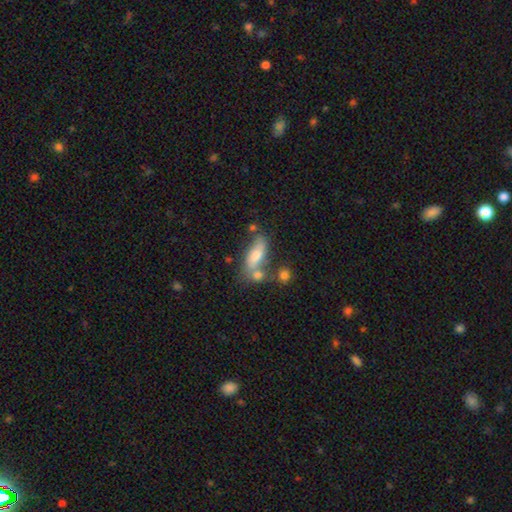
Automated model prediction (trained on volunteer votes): Smooth or featured? smooth (63%)
How rounded? in between (66%)
Merging? none (51%)